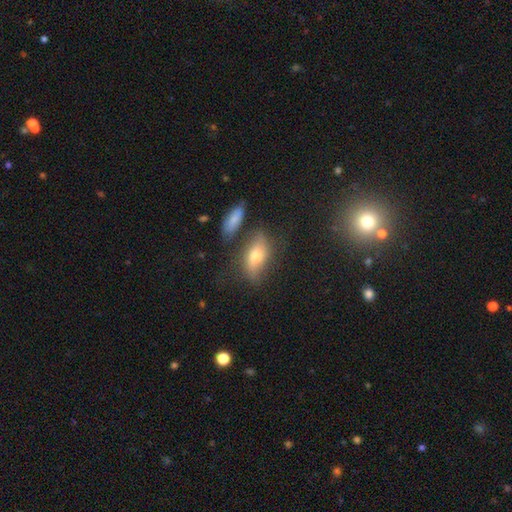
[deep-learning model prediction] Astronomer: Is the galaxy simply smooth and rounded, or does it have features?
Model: smooth — 52% (runner-up: featured or disk, 36%).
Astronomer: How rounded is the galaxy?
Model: in between — 81%.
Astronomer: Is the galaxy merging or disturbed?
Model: none — 60%.